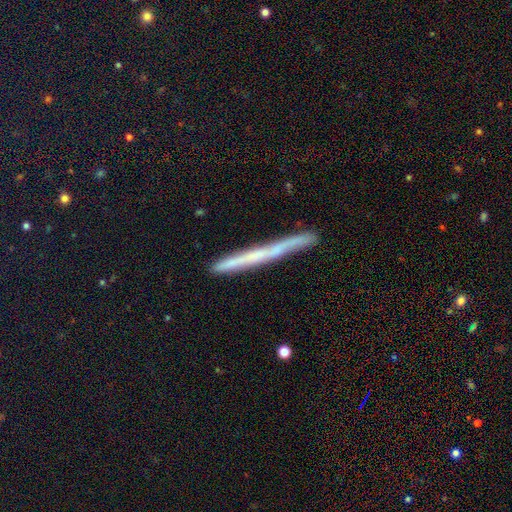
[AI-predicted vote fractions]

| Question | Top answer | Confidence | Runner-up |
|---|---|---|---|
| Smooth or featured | featured or disk | 47% | smooth (40%) |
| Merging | none | 85% | minor disturbance (11%) |